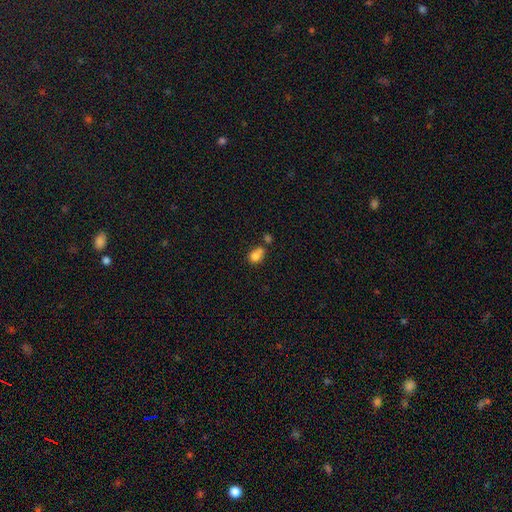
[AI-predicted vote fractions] This appears to be a smooth galaxy with no disk features (78%) that is round (62%). Merging: merger (47%).